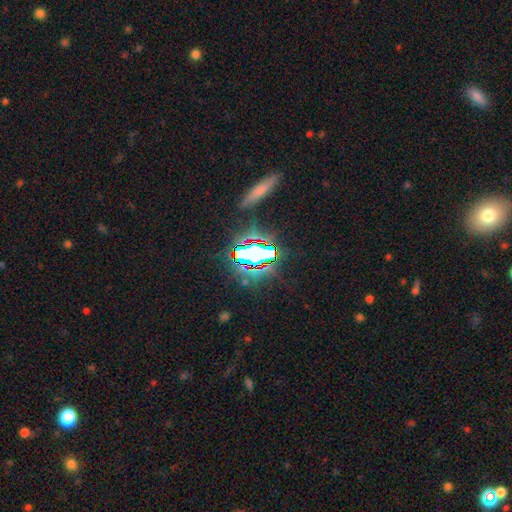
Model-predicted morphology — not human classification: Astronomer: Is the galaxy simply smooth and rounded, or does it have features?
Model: star or artifact — 64%.